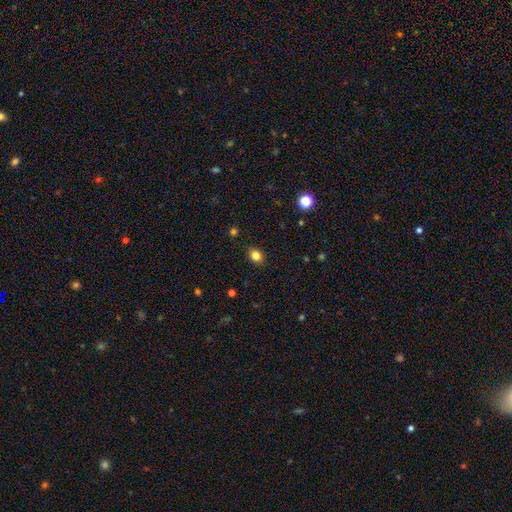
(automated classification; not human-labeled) Smooth or featured? smooth (82%)
How rounded? round (50%)
Merging? none (89%)